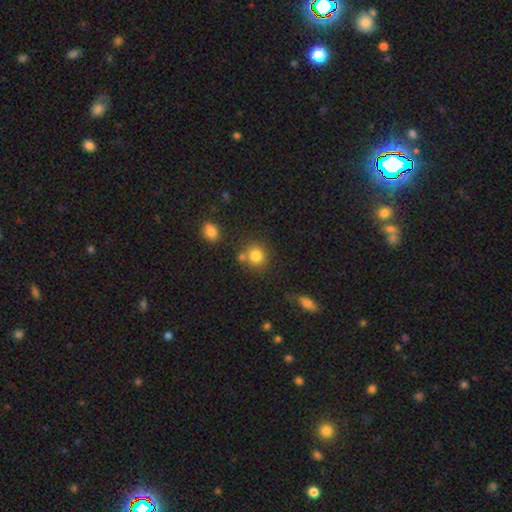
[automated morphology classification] This appears to be a smooth galaxy with no disk features (80%) that is round (84%). Merging: none (67%).